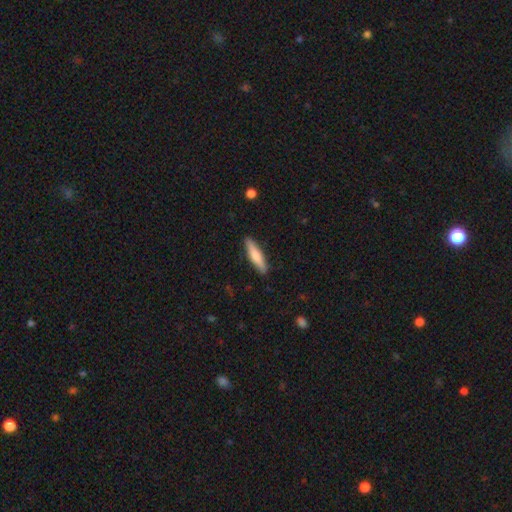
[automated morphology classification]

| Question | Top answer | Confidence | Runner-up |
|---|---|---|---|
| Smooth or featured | smooth | 71% | featured or disk (24%) |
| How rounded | cigar-shaped | 79% | in between (20%) |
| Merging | none | 90% | minor disturbance (8%) |